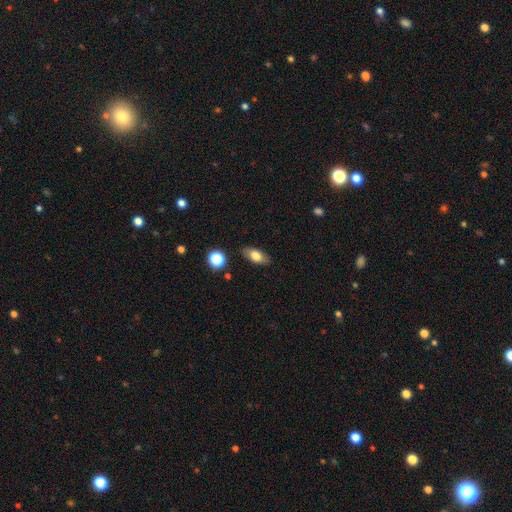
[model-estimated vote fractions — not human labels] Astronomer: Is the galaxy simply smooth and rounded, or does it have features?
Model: smooth — 75%.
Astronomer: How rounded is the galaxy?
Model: in between — 83%.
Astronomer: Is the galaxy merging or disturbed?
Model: none — 85%.